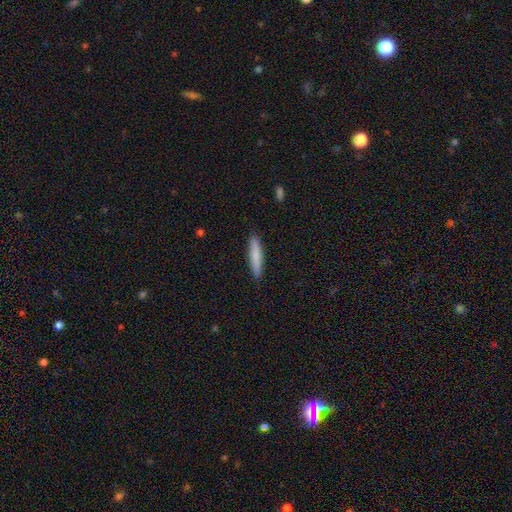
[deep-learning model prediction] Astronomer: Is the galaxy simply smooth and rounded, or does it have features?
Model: smooth — 82%.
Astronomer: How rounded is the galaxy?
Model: cigar-shaped — 89%.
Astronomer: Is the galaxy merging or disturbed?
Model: none — 91%.